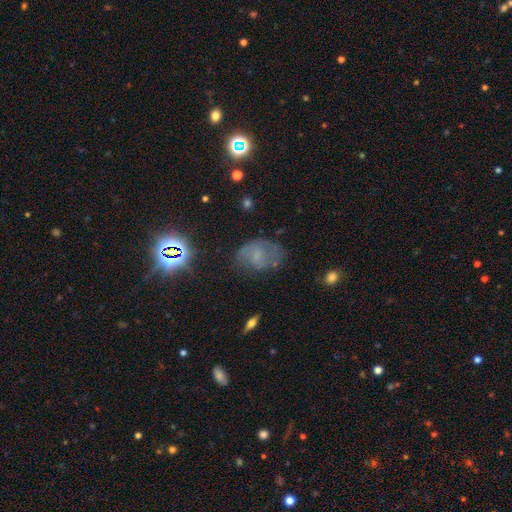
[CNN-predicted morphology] This is marginally a smooth galaxy (38%, tied with featured or disk). Merging: possibly none (54%).